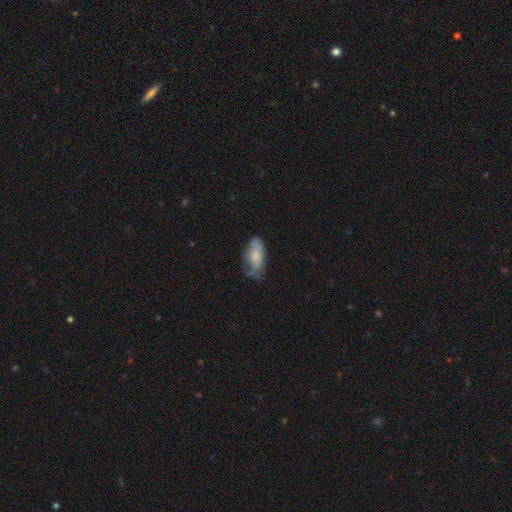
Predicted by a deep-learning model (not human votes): smooth_or_featured: smooth (p=0.63) [alt: featured or disk p=0.30]
how_rounded: in between (p=0.87) [alt: cigar-shaped p=0.10]
merging: none (p=0.52) [alt: minor disturbance p=0.32]